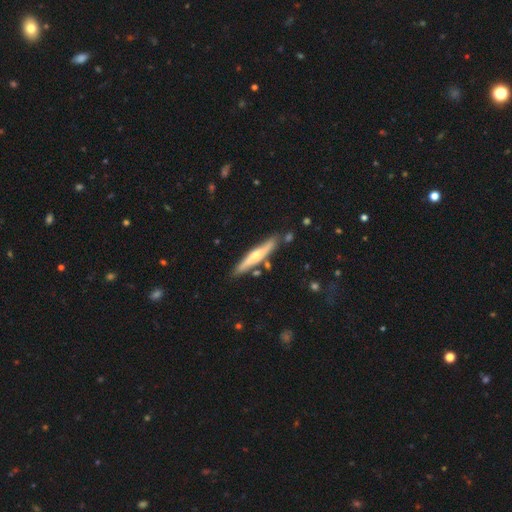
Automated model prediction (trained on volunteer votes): This is possibly a featured or disk galaxy (56%). It is clearly viewed edge-on (90%). Edge-on bulge: clearly rounded (83%). Merging: likely none (80%).